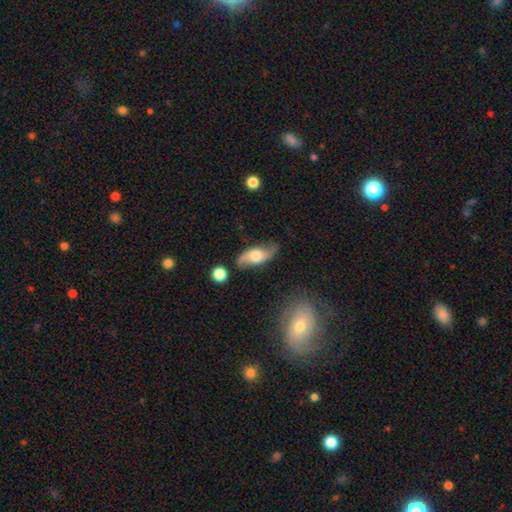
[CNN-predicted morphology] This appears to be a featured or disk galaxy (66%) with no bar (67%), spiral arms (89%) and a moderate central bulge (54%). Merging: none (74%).